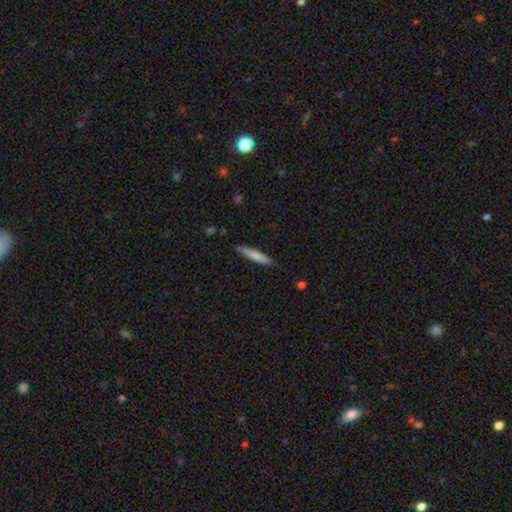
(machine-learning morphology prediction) smooth 71%, featured or disk 24%, star or artifact 5%. Down the decision tree: how rounded — cigar-shaped (95%); merging — none (89%).